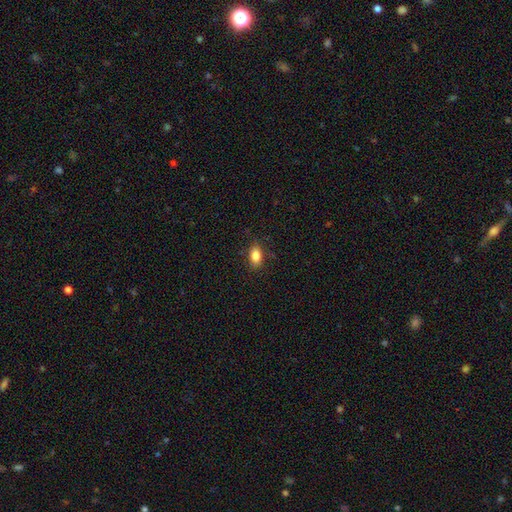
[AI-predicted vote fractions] Q: Smooth or featured?
A: smooth (84%); runner-up: star or artifact (9%)
Q: How rounded?
A: in between (85%); runner-up: round (11%)
Q: Merging?
A: none (85%); runner-up: minor disturbance (12%)